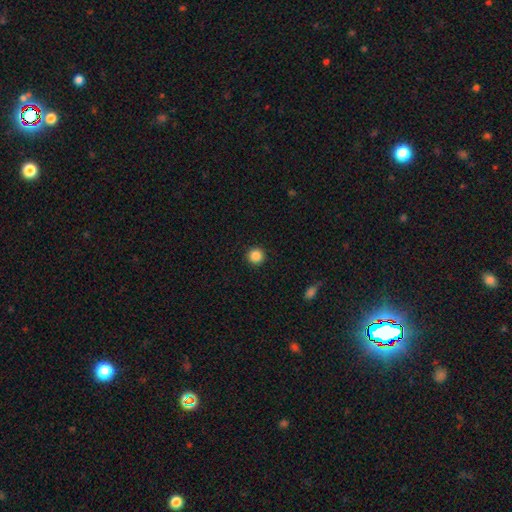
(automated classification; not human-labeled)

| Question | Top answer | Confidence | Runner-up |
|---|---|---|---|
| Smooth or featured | smooth | 86% | star or artifact (10%) |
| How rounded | round | 96% | in between (3%) |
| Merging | none | 93% | minor disturbance (4%) |